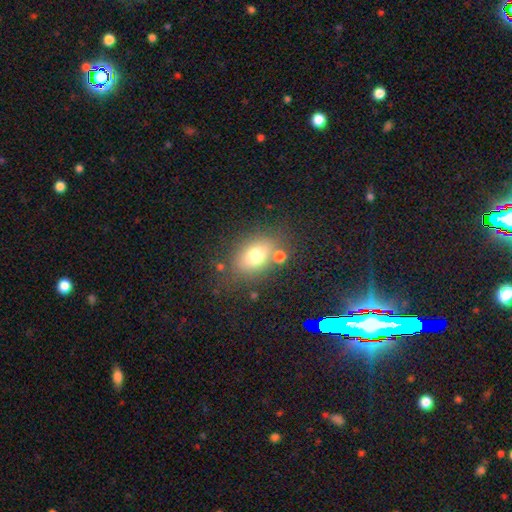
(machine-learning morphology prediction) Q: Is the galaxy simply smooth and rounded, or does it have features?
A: smooth — 72%.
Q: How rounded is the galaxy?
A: in between — 71%.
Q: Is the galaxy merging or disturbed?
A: none — 68%.